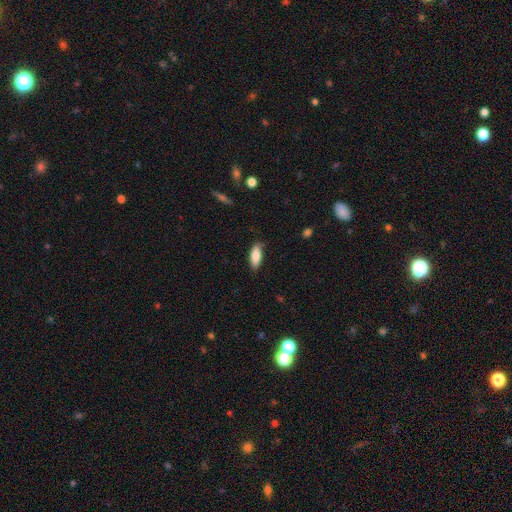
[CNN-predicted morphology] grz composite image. It shows a smooth galaxy with no disk features (81%) that is in between round and cigar-shaped (74%). Merging: none (79%).